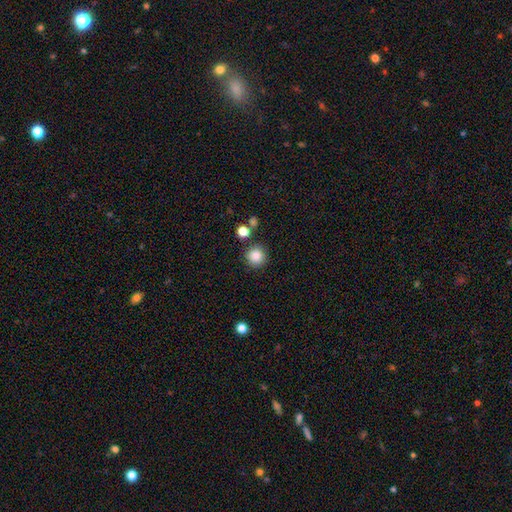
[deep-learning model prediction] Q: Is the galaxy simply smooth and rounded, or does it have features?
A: smooth — 86%.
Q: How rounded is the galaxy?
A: round — 94%.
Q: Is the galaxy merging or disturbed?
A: none — 85%.